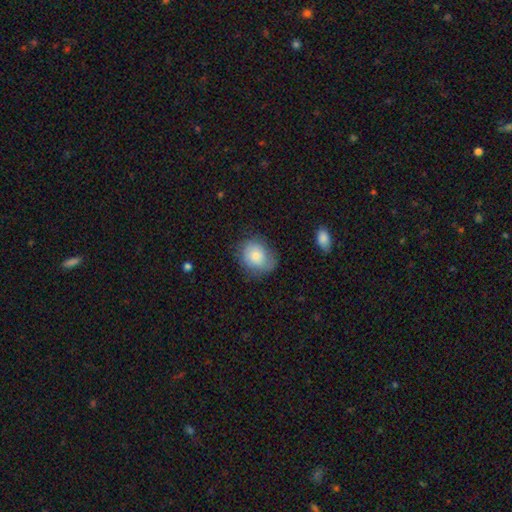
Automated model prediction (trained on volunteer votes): smooth-or-featured: smooth: 72% | featured or disk: 20% | star or artifact: 8%
  how-rounded: round: 62% | in between: 37% | cigar-shaped: 1%
  merging: none: 64% | minor disturbance: 24% | major disturbance: 10% | merger: 2%